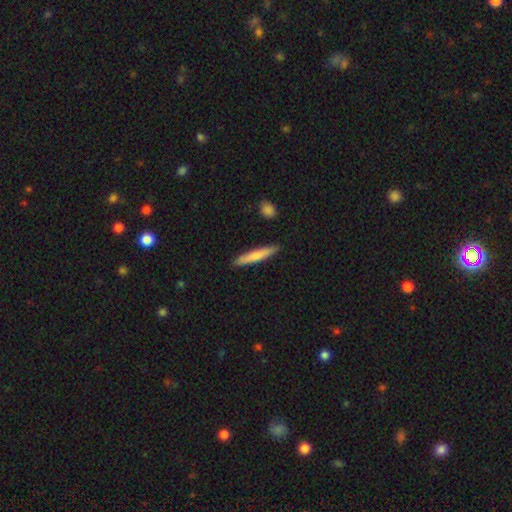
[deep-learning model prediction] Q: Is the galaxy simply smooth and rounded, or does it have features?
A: smooth — 71%.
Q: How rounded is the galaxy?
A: cigar-shaped — 93%.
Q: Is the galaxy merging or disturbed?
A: none — 89%.